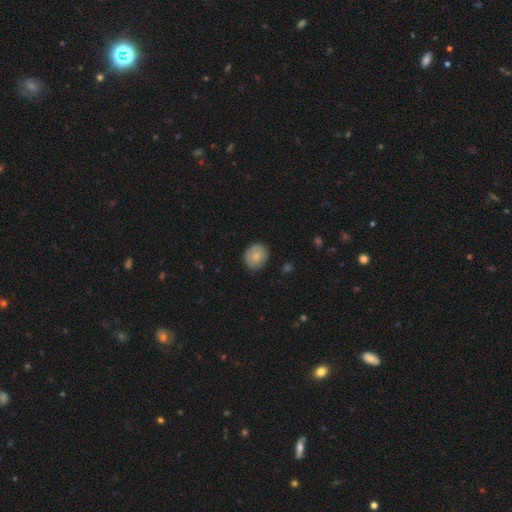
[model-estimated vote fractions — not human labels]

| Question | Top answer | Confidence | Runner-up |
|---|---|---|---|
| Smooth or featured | smooth | 81% | featured or disk (12%) |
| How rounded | round | 66% | in between (33%) |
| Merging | none | 84% | minor disturbance (12%) |